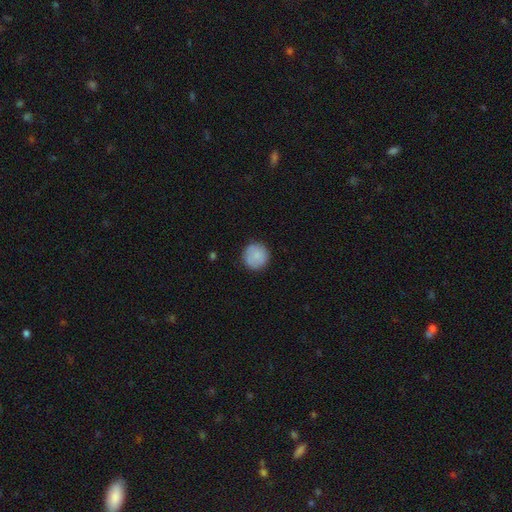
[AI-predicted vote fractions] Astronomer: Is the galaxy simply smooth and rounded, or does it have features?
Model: smooth — 85%.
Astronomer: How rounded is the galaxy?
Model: round — 95%.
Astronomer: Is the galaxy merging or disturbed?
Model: none — 87%.